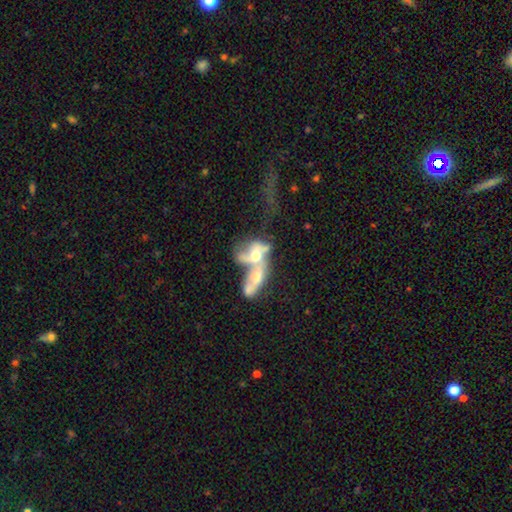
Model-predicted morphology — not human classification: featured or disk 60%, smooth 29%, star or artifact 11%. Down the decision tree: edge-on disk — no (89%); bar — no (77%); spiral arms — no (64%); bulge size — moderate (58%); merging — merger (75%).